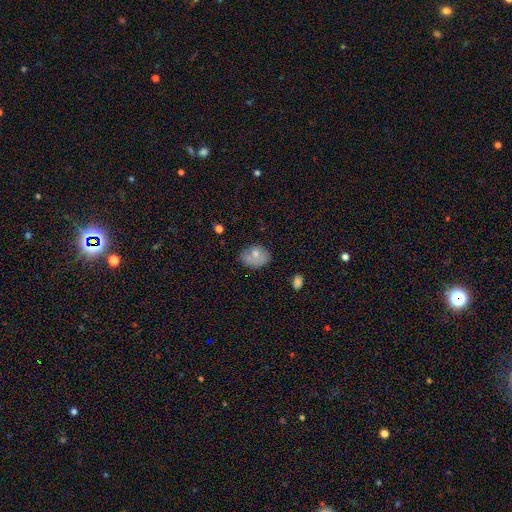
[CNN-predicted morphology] smooth 65%, featured or disk 26%, star or artifact 9%. Down the decision tree: how rounded — in between (62%); merging — none (52%).